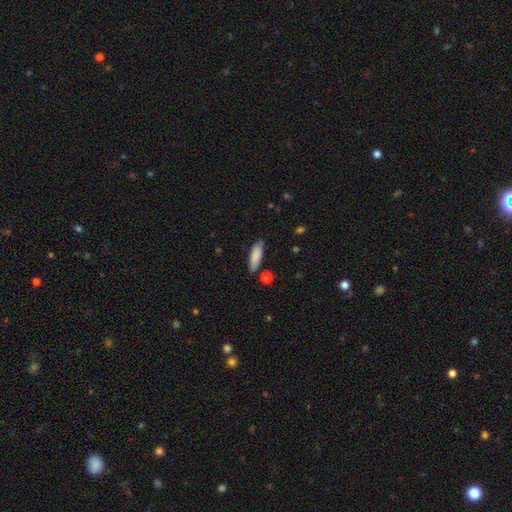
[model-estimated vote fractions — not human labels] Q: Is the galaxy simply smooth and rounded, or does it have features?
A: smooth — 85%.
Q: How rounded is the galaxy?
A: cigar-shaped — 50%.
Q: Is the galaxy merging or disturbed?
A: none — 78%.